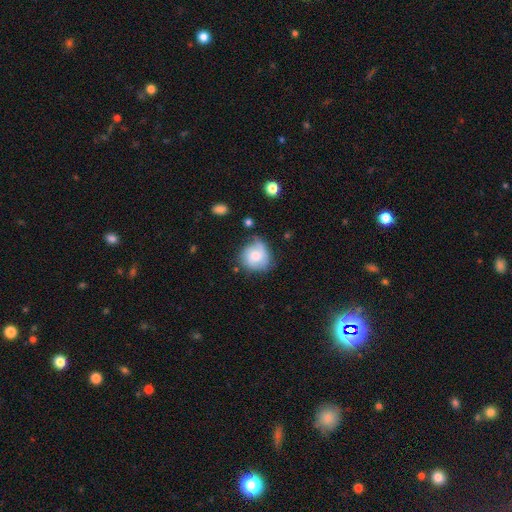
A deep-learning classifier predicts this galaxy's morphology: type=smooth (54%); roundness=round (80%); merging=none (53%).